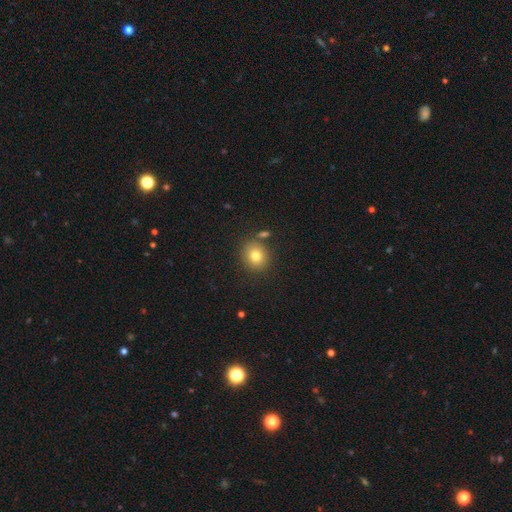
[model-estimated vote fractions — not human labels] Morphology: type=smooth (79%); roundness=round (80%); merging=none (80%).